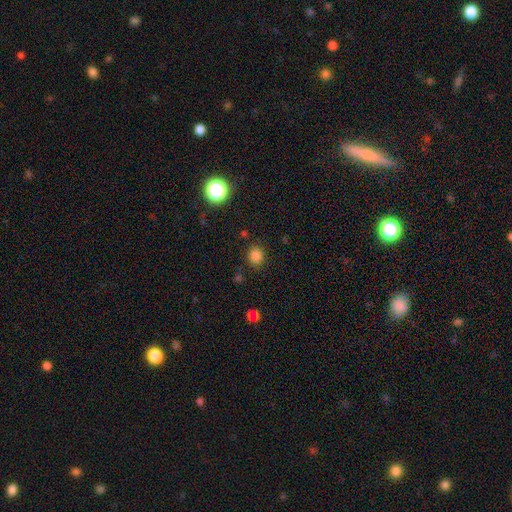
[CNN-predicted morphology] This appears to be a smooth galaxy with no disk features (82%) that is round (77%). Merging: none (85%).